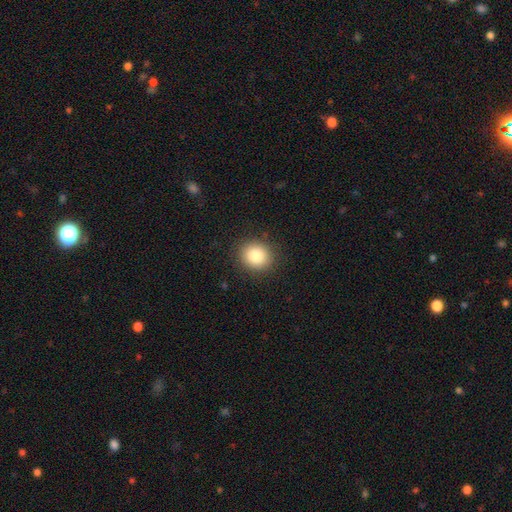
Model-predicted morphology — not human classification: A smooth galaxy with no disk features (86%) that is round (80%). Merging: none (89%).